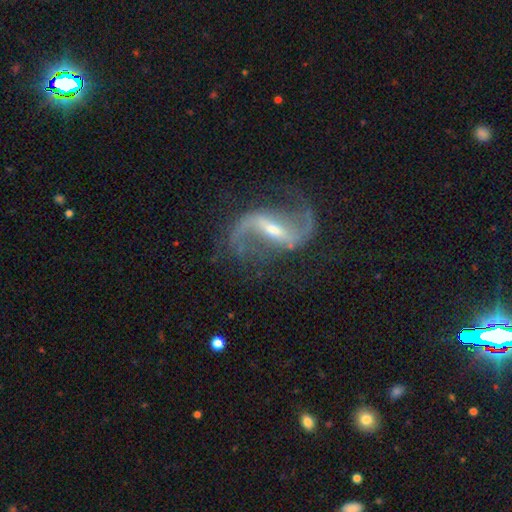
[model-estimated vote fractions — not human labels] Q: Smooth or featured?
A: featured or disk (91%); runner-up: star or artifact (6%)
Q: Edge-on disk?
A: no (97%); runner-up: yes (3%)
Q: Bar?
A: strong (50%); runner-up: weak (35%)
Q: Spiral arms?
A: yes (98%); runner-up: no (2%)
Q: Spiral winding?
A: loose (62%); runner-up: medium (31%)
Q: Spiral arm count?
A: 2 (94%); runner-up: 1 (2%)
Q: Bulge size?
A: small (60%); runner-up: moderate (35%)
Q: Merging?
A: none (77%); runner-up: minor disturbance (13%)